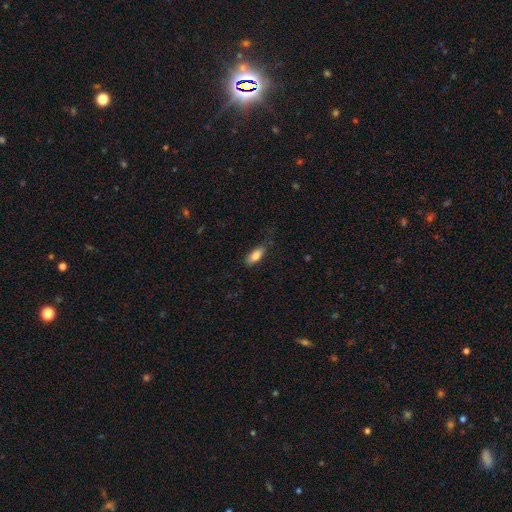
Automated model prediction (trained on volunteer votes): smooth_or_featured: smooth (p=0.82) [alt: featured or disk p=0.11]
how_rounded: in between (p=0.79) [alt: cigar-shaped p=0.19]
merging: none (p=0.74) [alt: minor disturbance p=0.20]